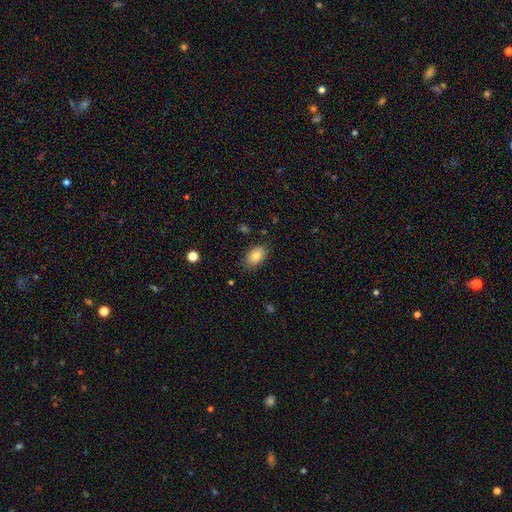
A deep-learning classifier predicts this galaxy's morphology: smooth_or_featured: smooth (p=0.82) [alt: featured or disk p=0.11]
how_rounded: in between (p=0.91) [alt: round p=0.08]
merging: none (p=0.83) [alt: minor disturbance p=0.13]